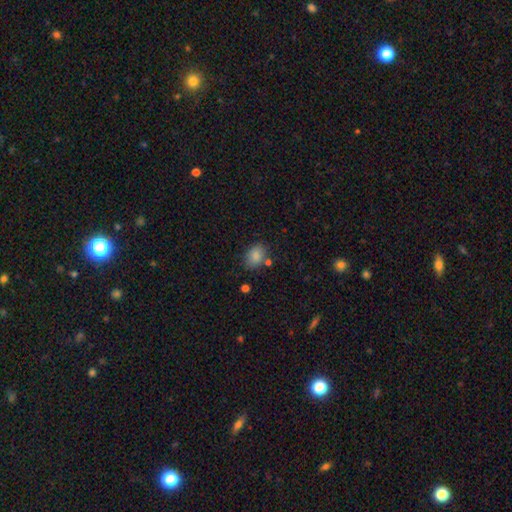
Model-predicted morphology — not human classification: This appears to be a smooth galaxy with no disk features (85%) that is in between round and cigar-shaped (66%). Merging: none (72%).